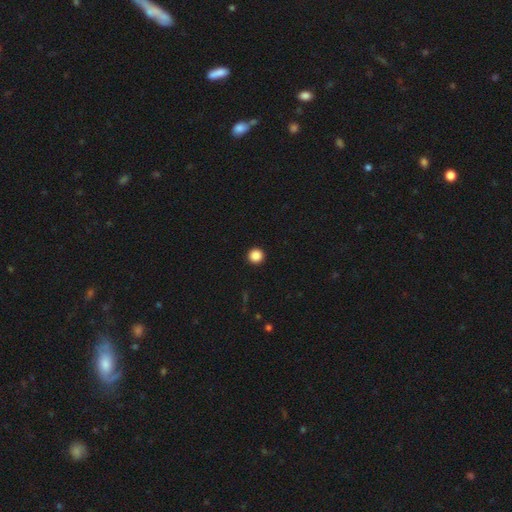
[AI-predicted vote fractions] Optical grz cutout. It shows a smooth galaxy with no disk features (88%) that is round (96%). Merging: none (94%).